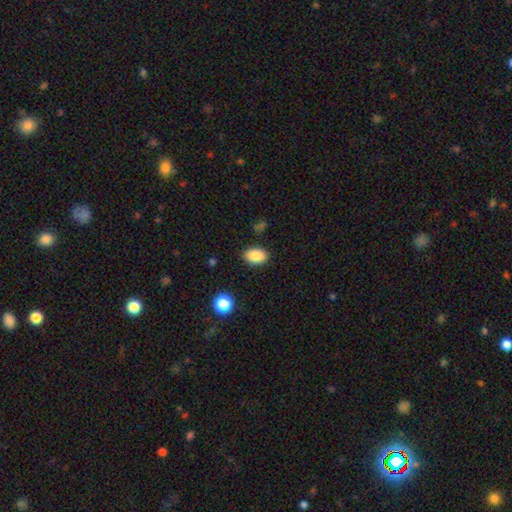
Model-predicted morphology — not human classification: This appears to be a smooth galaxy with no disk features (88%) that is in between round and cigar-shaped (86%). Merging: none (86%).